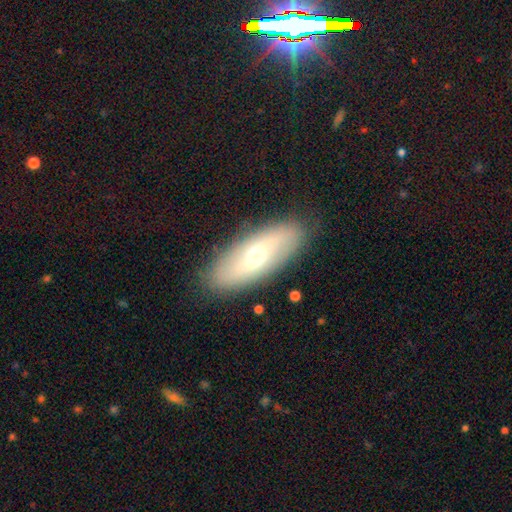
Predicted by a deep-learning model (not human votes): Smooth or featured? Predicted: smooth (p=0.47). Merging? Predicted: none (p=0.87).